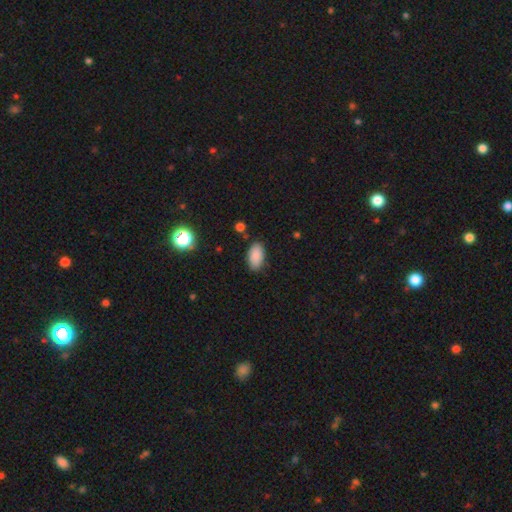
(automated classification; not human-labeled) This appears to be a smooth galaxy with no disk features (88%) that is in between round and cigar-shaped (94%). Merging: none (85%).